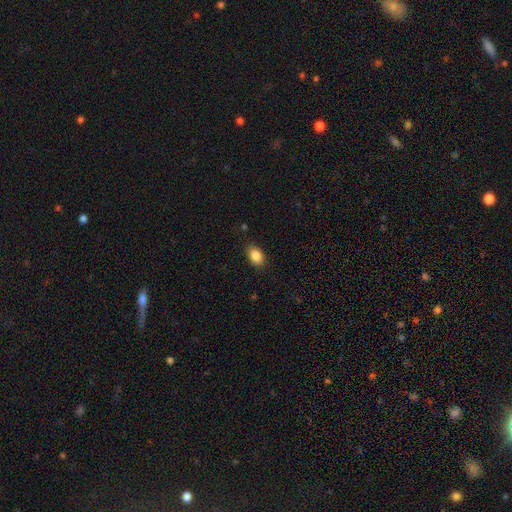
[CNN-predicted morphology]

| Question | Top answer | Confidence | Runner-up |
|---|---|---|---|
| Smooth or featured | smooth | 86% | star or artifact (8%) |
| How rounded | in between | 86% | round (13%) |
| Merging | none | 86% | minor disturbance (11%) |